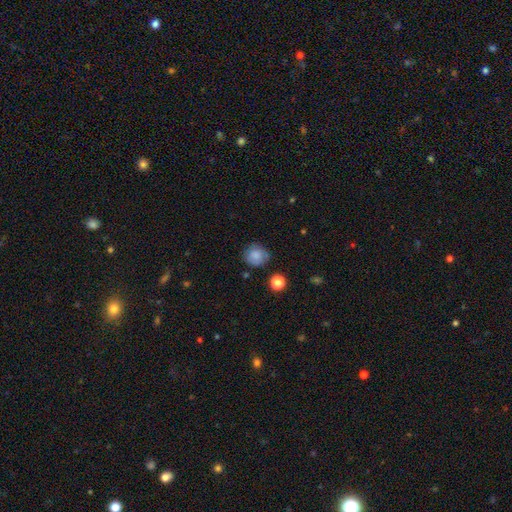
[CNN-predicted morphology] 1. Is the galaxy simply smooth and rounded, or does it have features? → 81% smooth, 10% featured or disk, 9% star or artifact.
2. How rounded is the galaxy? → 81% round, 18% in between, 1% cigar-shaped.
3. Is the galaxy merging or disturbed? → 71% none, 21% minor disturbance, 5% major disturbance, 3% merger.